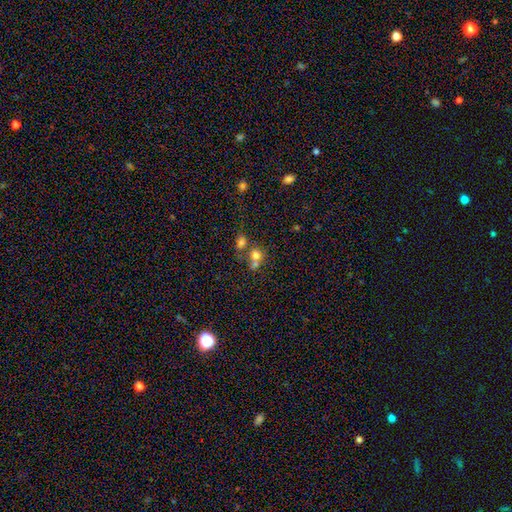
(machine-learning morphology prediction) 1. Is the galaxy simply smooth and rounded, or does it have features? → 56% smooth, 28% star or artifact, 16% featured or disk.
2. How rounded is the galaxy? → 75% round, 23% in between, 2% cigar-shaped.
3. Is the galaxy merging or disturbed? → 49% merger, 38% none, 7% minor disturbance, 5% major disturbance.